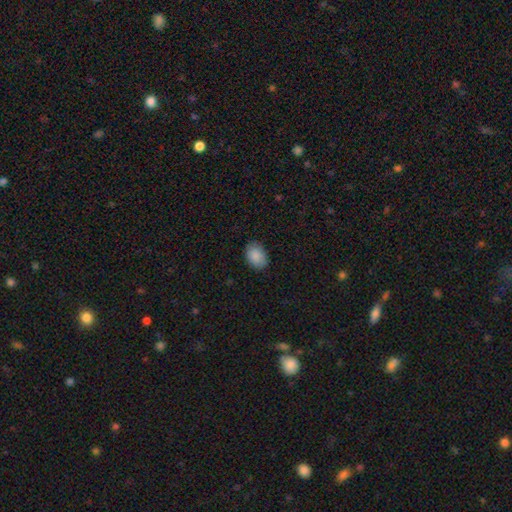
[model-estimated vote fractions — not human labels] This appears to be a smooth galaxy with no disk features (89%) that is in between round and cigar-shaped (77%). Merging: none (83%).